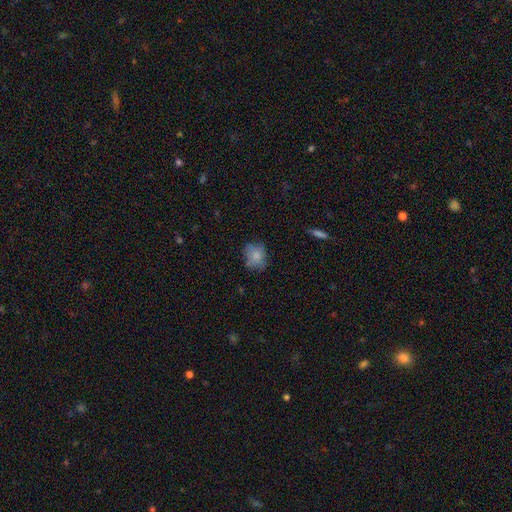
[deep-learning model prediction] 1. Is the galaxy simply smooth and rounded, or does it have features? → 78% smooth, 13% featured or disk, 9% star or artifact.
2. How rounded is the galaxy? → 59% round, 40% in between, 1% cigar-shaped.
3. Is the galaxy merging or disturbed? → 65% none, 26% minor disturbance, 8% major disturbance, 2% merger.